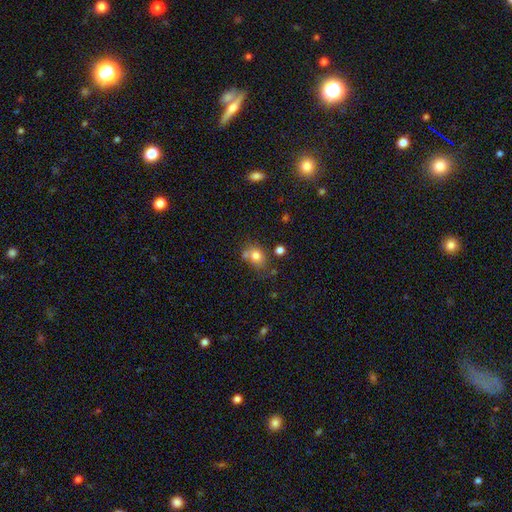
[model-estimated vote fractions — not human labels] Smooth or featured?
  - smooth: 77% *
  - star or artifact: 12%
  - featured or disk: 11%
How rounded?
  - round: 57% *
  - in between: 42%
  - cigar-shaped: 1%
Merging?
  - none: 53% *
  - merger: 22%
  - minor disturbance: 18%
  - major disturbance: 7%